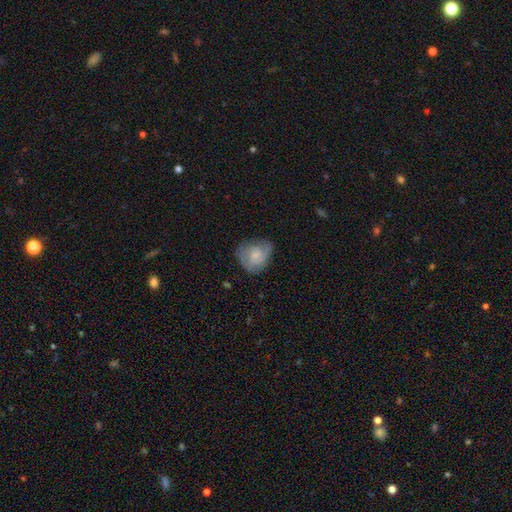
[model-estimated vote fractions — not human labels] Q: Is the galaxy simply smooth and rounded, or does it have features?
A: featured or disk — 57%.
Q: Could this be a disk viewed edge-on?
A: no — 97%.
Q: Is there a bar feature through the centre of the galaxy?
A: no — 67%.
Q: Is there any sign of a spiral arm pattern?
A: yes — 87%.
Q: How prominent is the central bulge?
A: small — 54%.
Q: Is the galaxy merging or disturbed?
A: none — 65%.